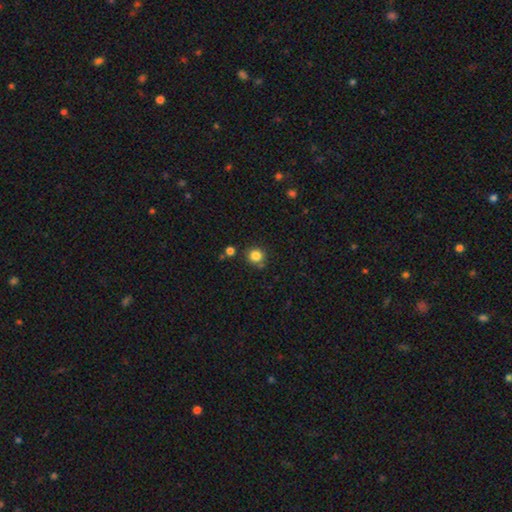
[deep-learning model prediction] Q: Smooth or featured?
A: smooth (84%); runner-up: star or artifact (12%)
Q: How rounded?
A: round (92%); runner-up: in between (7%)
Q: Merging?
A: none (82%); runner-up: minor disturbance (9%)